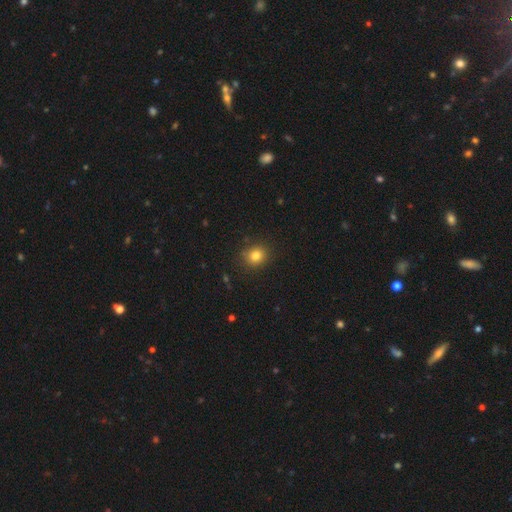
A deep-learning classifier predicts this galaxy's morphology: The model was most divided on "how rounded": round: 78%, in between: 21%, cigar-shaped: 1%. More confident: merging — none (88%); smooth or featured — smooth (81%).